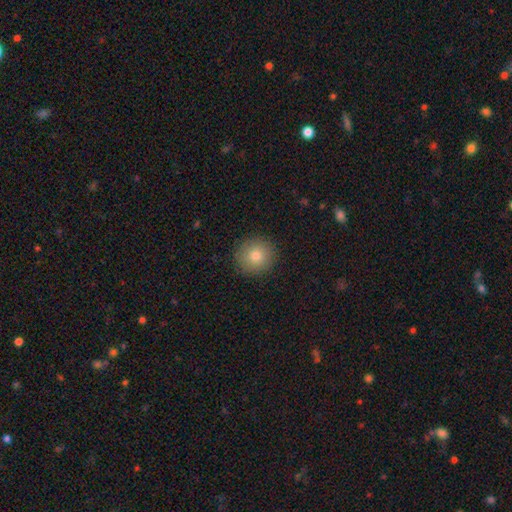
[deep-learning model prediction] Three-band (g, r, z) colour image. It shows a smooth galaxy with no disk features (81%) that is round (93%). Merging: none (91%).